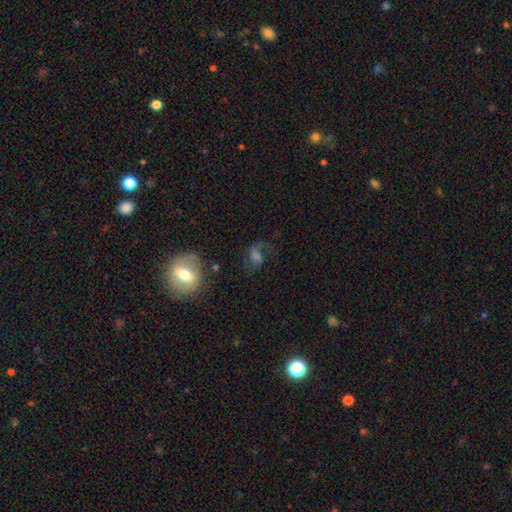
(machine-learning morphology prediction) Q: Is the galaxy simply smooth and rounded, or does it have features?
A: featured or disk — 45%.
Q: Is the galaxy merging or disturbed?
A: none — 49%.